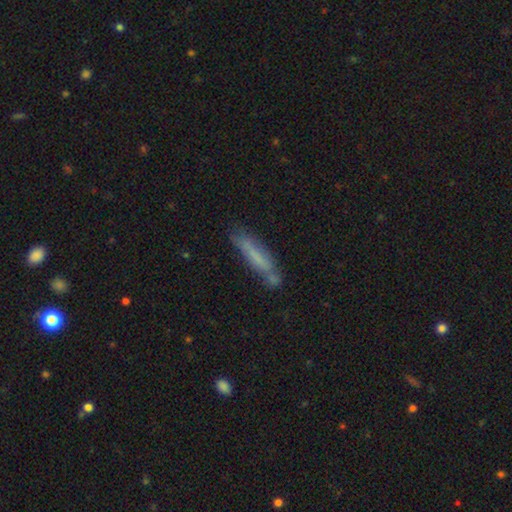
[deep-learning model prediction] smooth-or-featured: smooth: 62% | featured or disk: 30% | star or artifact: 8%
  how-rounded: cigar-shaped: 86% | in between: 12% | round: 1%
  merging: none: 60% | minor disturbance: 22% | merger: 11% | major disturbance: 7%